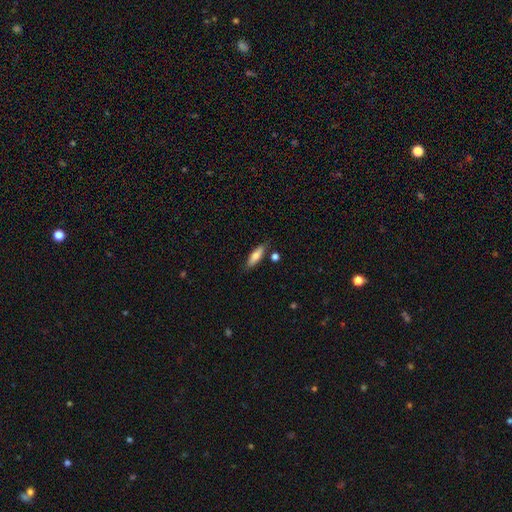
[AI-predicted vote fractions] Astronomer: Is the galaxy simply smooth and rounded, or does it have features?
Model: smooth — 75%.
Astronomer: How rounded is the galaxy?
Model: cigar-shaped — 52% (runner-up: in between, 46%).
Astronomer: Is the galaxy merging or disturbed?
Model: none — 79%.